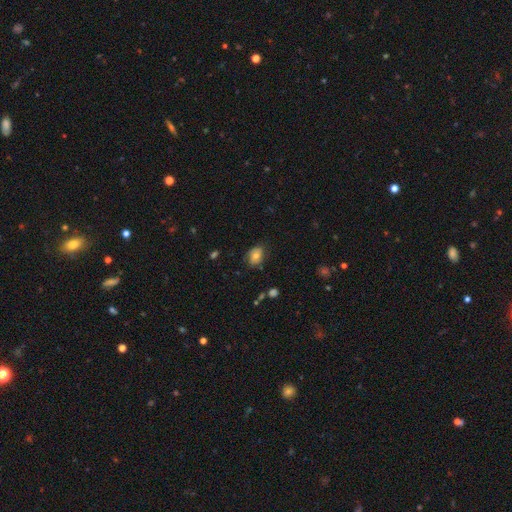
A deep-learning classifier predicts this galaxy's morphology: smooth_or_featured: smooth (p=0.68) [alt: featured or disk p=0.22]
how_rounded: in between (p=0.67) [alt: round p=0.31]
merging: none (p=0.71) [alt: minor disturbance p=0.22]